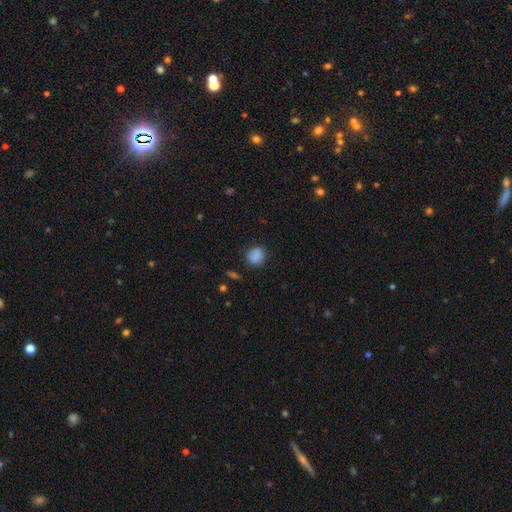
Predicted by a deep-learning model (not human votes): Overall: smooth (86%). How rounded: round (81%). Merging: none (80%).